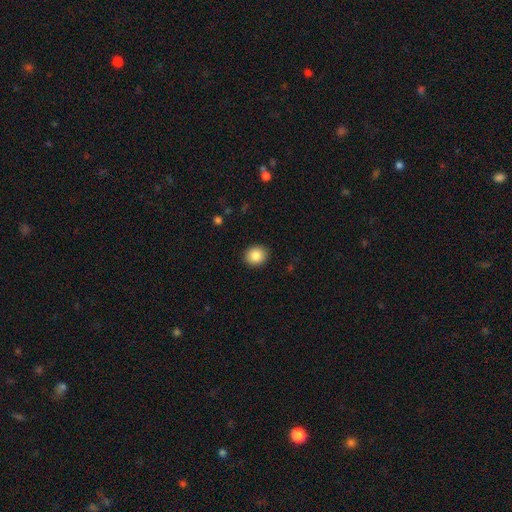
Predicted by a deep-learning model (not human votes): A smooth galaxy with no disk features (86%) that is round (74%).

Vote fractions:
- Smooth or featured? smooth: 86% / star or artifact: 9% / featured or disk: 5%
- How rounded? round: 74% / in between: 25% / cigar-shaped: 1%
- Merging? none: 91% / minor disturbance: 6% / major disturbance: 2% / merger: 1%